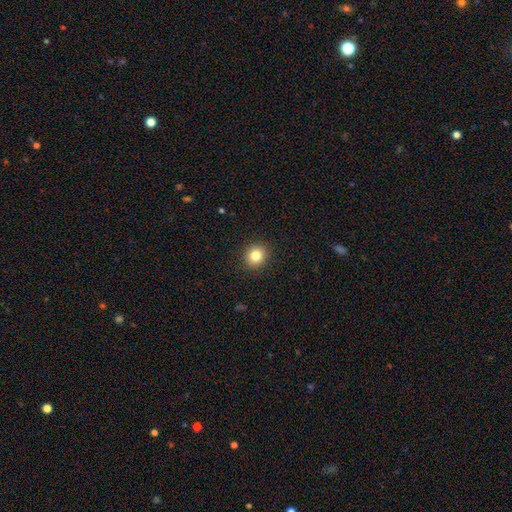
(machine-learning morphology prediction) A smooth galaxy with no disk features (82%) that is round (86%). Merging: none (91%).